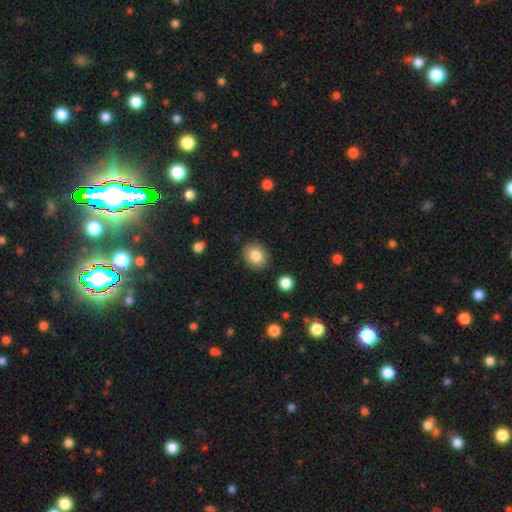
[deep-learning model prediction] Smooth or featured? smooth (83%)
How rounded? round (72%)
Merging? none (88%)